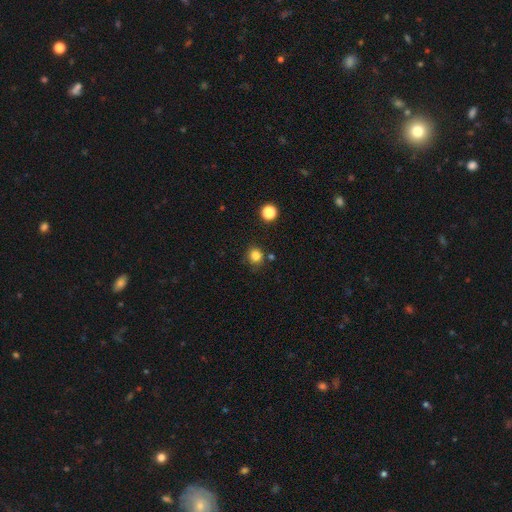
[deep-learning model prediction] This appears to be a smooth galaxy with no disk features (82%) that is round (90%). Merging: none (82%).